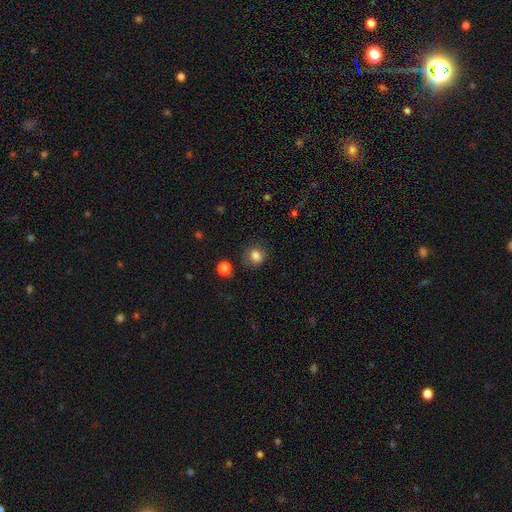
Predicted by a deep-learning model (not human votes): Morphology: type=smooth (82%); roundness=round (70%); merging=none (75%).